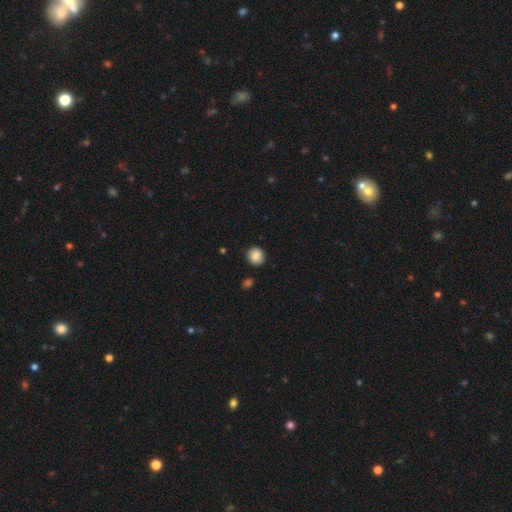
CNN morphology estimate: type=smooth (86%); roundness=round (84%); merging=none (86%).